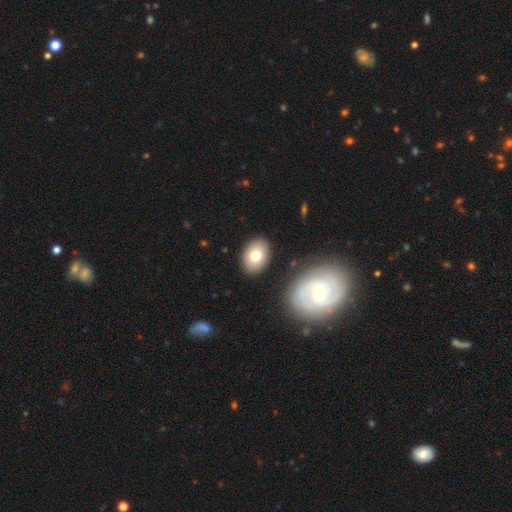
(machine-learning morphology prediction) Smooth or featured?
  - smooth: 76% *
  - featured or disk: 16%
  - star or artifact: 8%
How rounded?
  - in between: 78% *
  - round: 21%
  - cigar-shaped: 1%
Merging?
  - none: 86% *
  - minor disturbance: 9%
  - merger: 3%
  - major disturbance: 2%